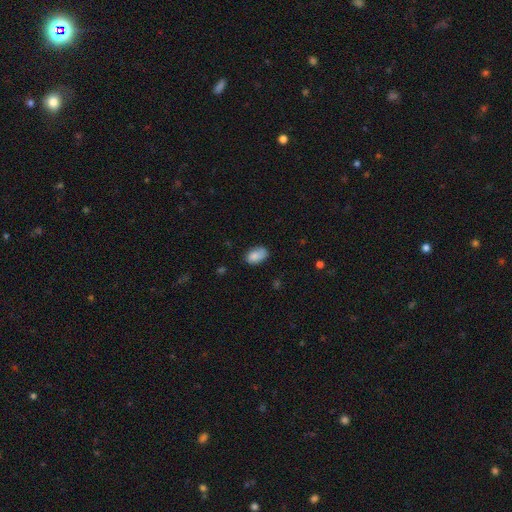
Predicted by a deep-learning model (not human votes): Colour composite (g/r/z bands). It shows a smooth galaxy with no disk features (81%) that is in between round and cigar-shaped (89%). Merging: none (68%).